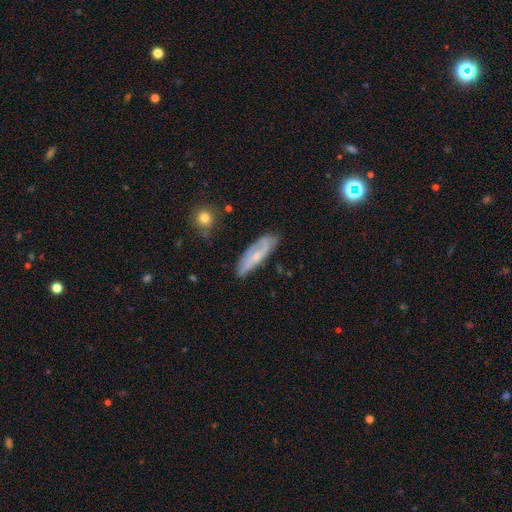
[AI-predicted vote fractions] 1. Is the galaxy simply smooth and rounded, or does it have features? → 58% featured or disk, 34% smooth, 7% star or artifact.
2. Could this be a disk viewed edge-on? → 73% no, 27% yes.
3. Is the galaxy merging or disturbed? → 70% none, 21% minor disturbance, 6% major disturbance, 2% merger.